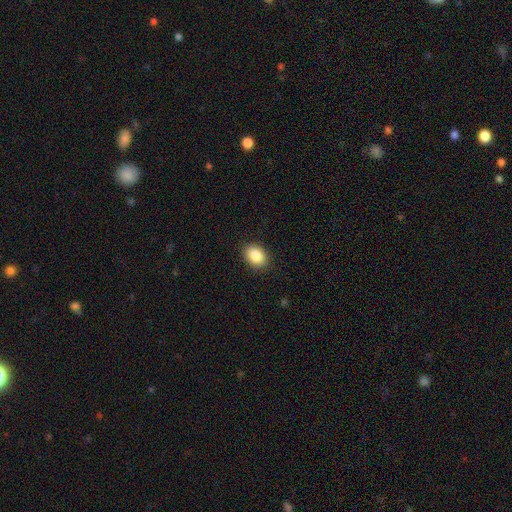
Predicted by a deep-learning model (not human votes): A smooth galaxy with no disk features (87%) that is in between round and cigar-shaped (67%).

Vote fractions:
- Smooth or featured? smooth: 87% / star or artifact: 8% / featured or disk: 5%
- How rounded? in between: 67% / round: 32% / cigar-shaped: 1%
- Merging? none: 89% / minor disturbance: 8% / major disturbance: 2% / merger: 1%